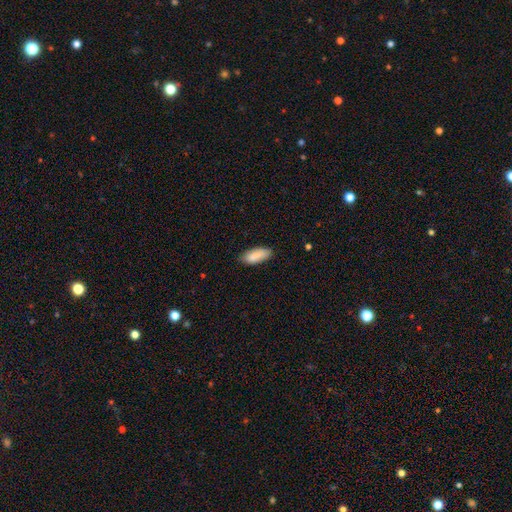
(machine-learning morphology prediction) Smooth or featured? smooth (87%)
How rounded? in between (79%)
Merging? none (78%)